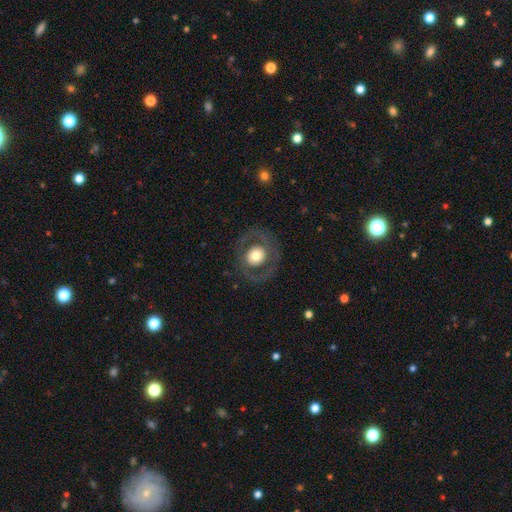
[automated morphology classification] type=featured or disk (50%); edge-on=no (96%); merging=none (80%).